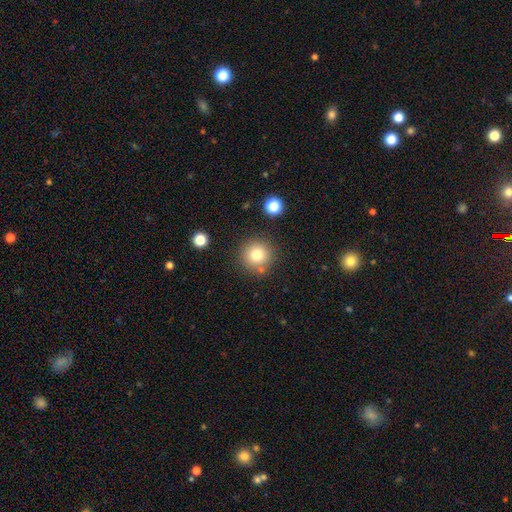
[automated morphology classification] smooth_or_featured: smooth (p=0.63) [alt: star or artifact p=0.30]
how_rounded: round (p=0.93) [alt: in between p=0.06]
merging: none (p=0.90) [alt: minor disturbance p=0.06]